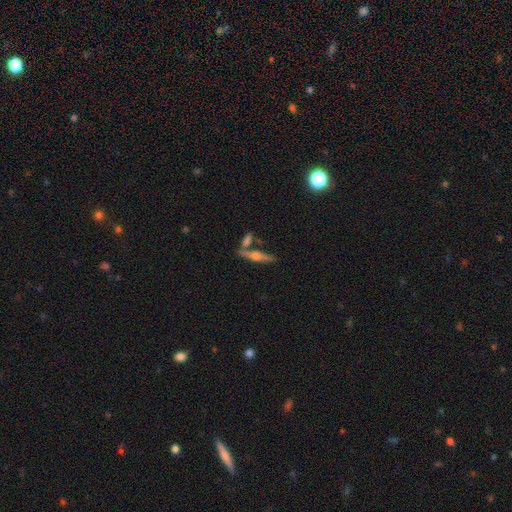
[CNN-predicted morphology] A featured or disk galaxy (67%) viewed edge-on (96%) with a rounded central bulge (89%). Merging: none (70%).